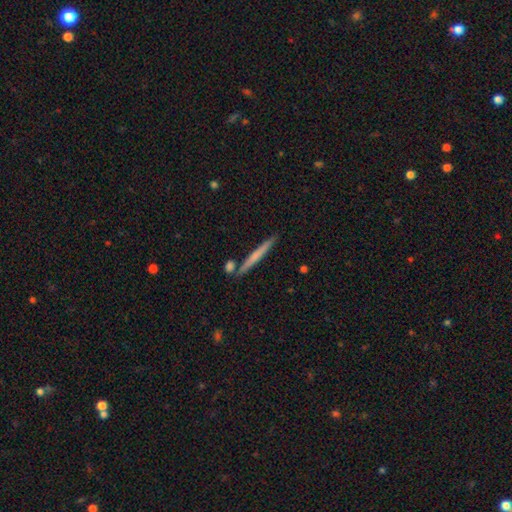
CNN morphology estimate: Q: Smooth or featured?
A: smooth (55%); runner-up: featured or disk (39%)
Q: How rounded?
A: cigar-shaped (96%); runner-up: in between (2%)
Q: Merging?
A: none (84%); runner-up: minor disturbance (8%)